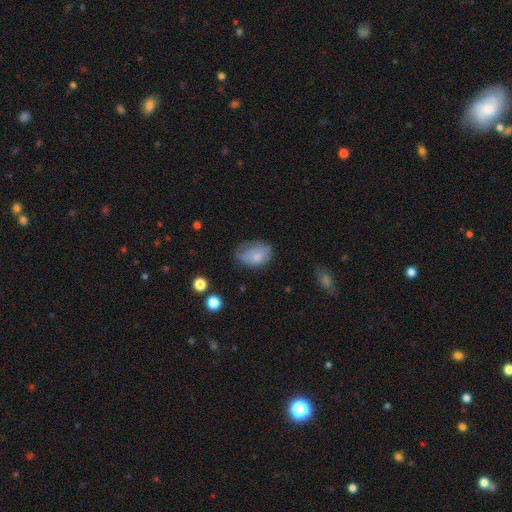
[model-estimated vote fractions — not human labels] This appears to be a smooth galaxy with no disk features (73%) that is in between round and cigar-shaped (85%). Merging: none (44%).